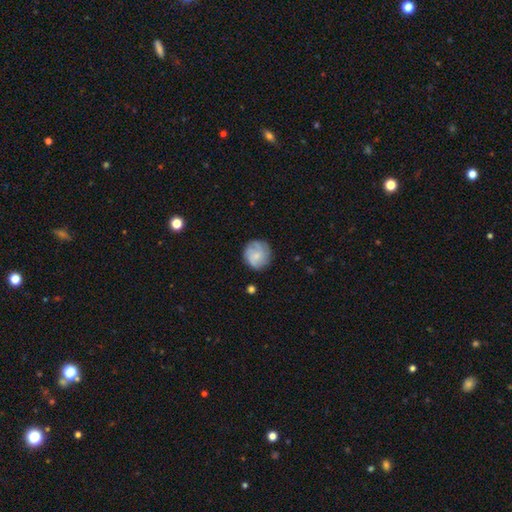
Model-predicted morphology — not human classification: smooth_or_featured: smooth (p=0.63) [alt: featured or disk p=0.30]
how_rounded: round (p=0.90) [alt: in between p=0.09]
merging: none (p=0.77) [alt: minor disturbance p=0.17]